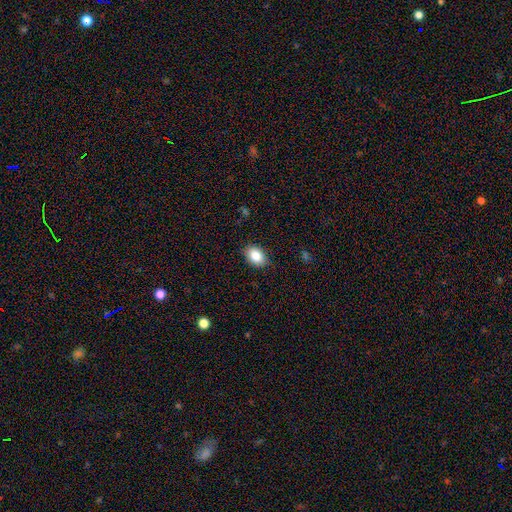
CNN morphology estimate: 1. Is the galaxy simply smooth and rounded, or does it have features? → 85% smooth, 8% star or artifact, 7% featured or disk.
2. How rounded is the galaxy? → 79% in between, 20% round, 1% cigar-shaped.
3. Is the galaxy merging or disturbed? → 84% none, 12% minor disturbance, 2% major disturbance, 1% merger.